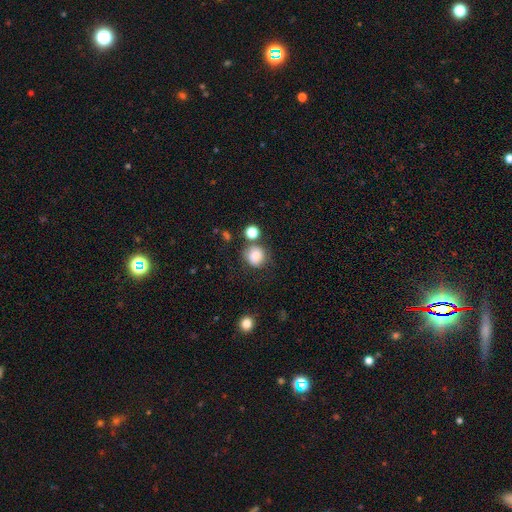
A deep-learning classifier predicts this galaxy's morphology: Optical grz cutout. It shows a smooth galaxy with no disk features (79%) that is round (88%). Merging: none (69%).